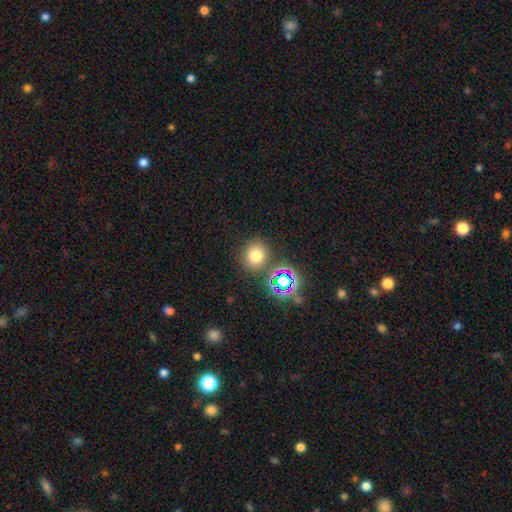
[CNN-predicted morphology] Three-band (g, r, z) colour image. It shows a smooth galaxy with no disk features (71%) that is round (83%). Merging: none (79%).